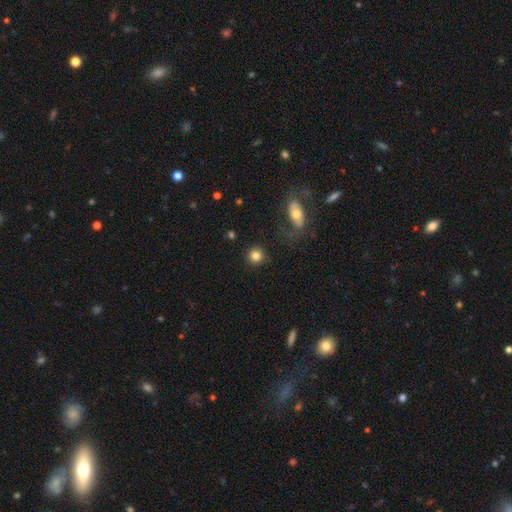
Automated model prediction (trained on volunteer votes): Smooth or featured? Predicted: smooth (p=0.83). How rounded? Predicted: round (p=0.93). Merging? Predicted: none (p=0.88).